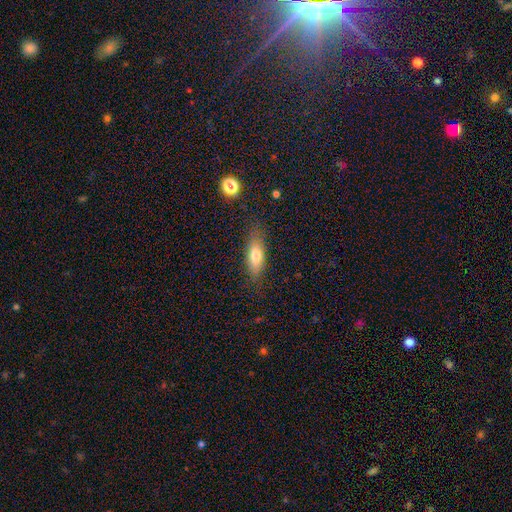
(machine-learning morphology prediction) Smooth or featured? Predicted: smooth (p=0.71). How rounded? Predicted: in between (p=0.65). Merging? Predicted: none (p=0.79).